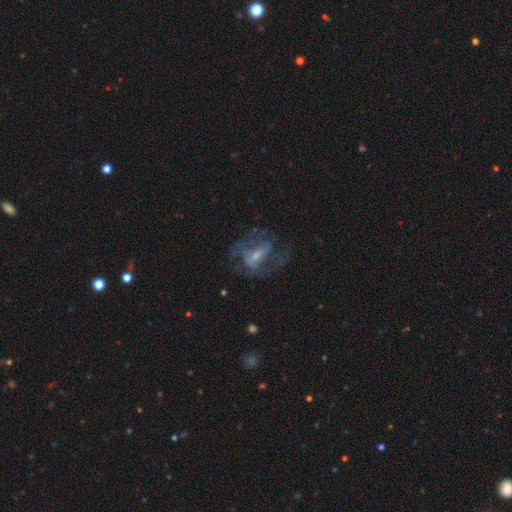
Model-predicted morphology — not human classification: type=featured or disk (73%); edge-on=no (95%); bar=weak (45%); spiral arms=yes (75%); winding=medium (48%); arm count=2 (43%); bulge=small (47%); merging=none (57%).